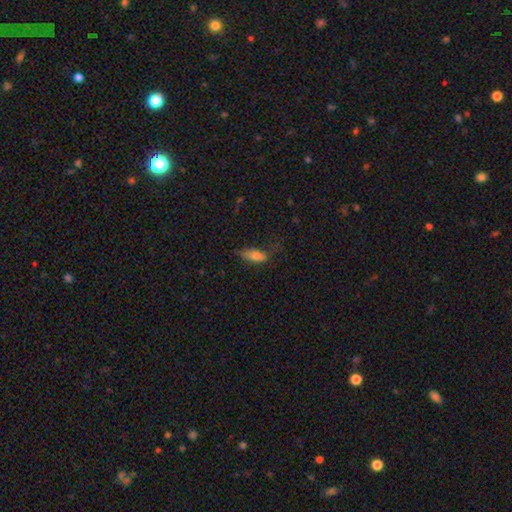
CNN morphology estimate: smooth 75%, featured or disk 14%, star or artifact 11%. Down the decision tree: how rounded — in between (73%); merging — none (49%).